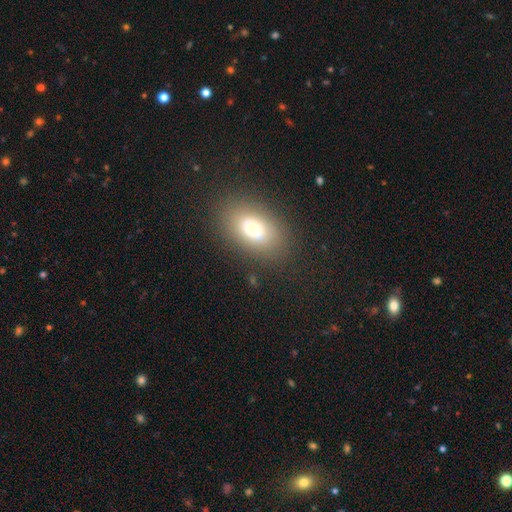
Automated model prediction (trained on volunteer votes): Morphology: type=smooth (76%); roundness=in between (85%); merging=none (89%).